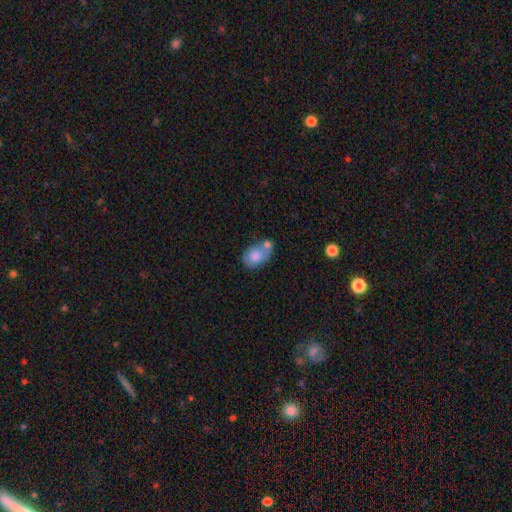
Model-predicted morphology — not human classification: A smooth galaxy with no disk features (76%) that is in between round and cigar-shaped (77%). Merging: merger (41%).